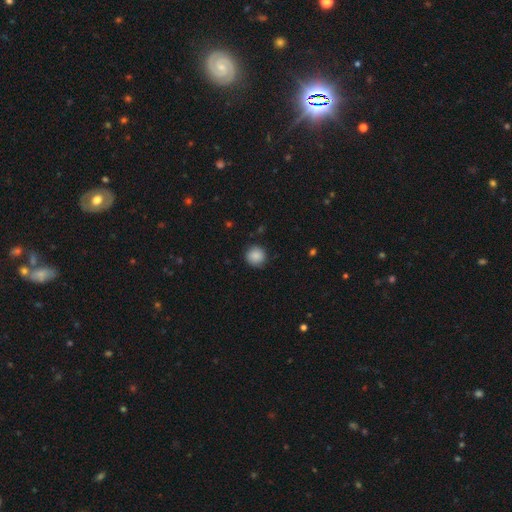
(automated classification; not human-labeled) This is clearly a smooth galaxy (87%). How rounded: clearly round (93%). Merging: clearly none (88%).